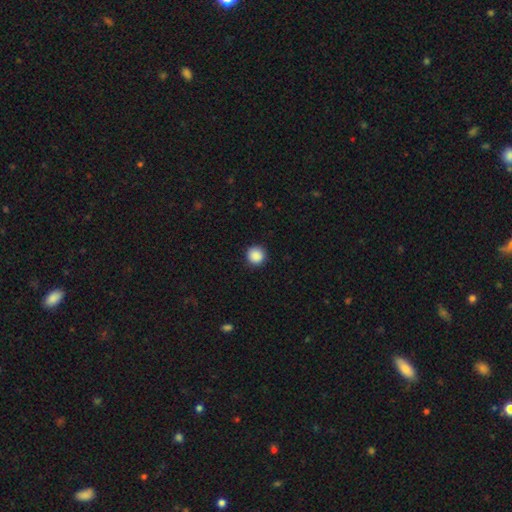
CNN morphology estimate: Q: Smooth or featured?
A: smooth (89%); runner-up: star or artifact (9%)
Q: How rounded?
A: round (95%); runner-up: in between (4%)
Q: Merging?
A: none (92%); runner-up: minor disturbance (6%)